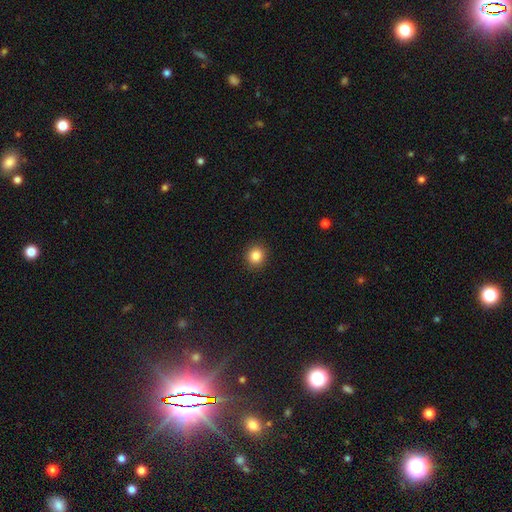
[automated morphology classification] A smooth galaxy with no disk features (85%) that is round (88%). Merging: none (92%).